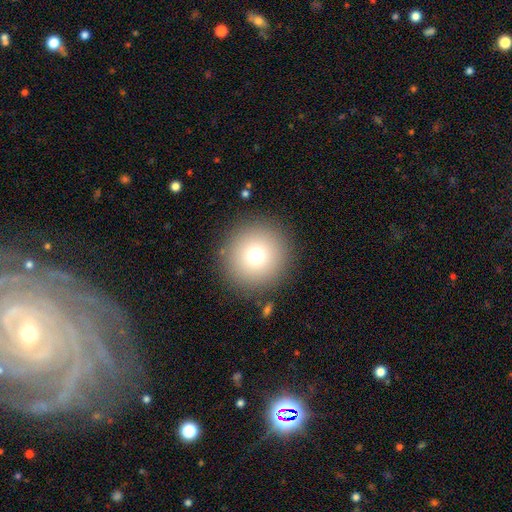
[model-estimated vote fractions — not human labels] Smooth or featured?
  - smooth: 75% *
  - star or artifact: 14%
  - featured or disk: 12%
How rounded?
  - round: 96% *
  - in between: 3%
  - cigar-shaped: 1%
Merging?
  - none: 90% *
  - minor disturbance: 6%
  - major disturbance: 3%
  - merger: 2%